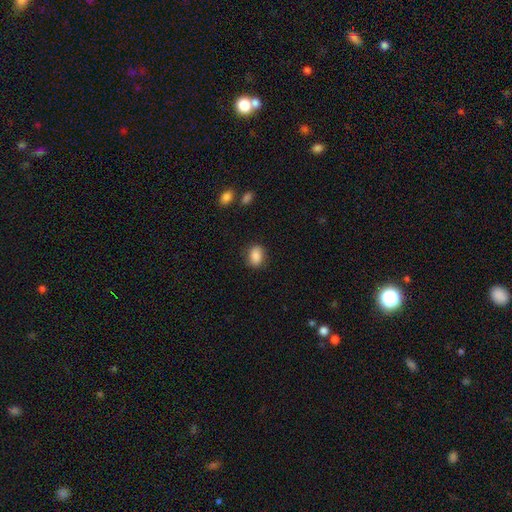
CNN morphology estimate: The model was most divided on "how rounded": in between: 71%, round: 27%, cigar-shaped: 2%. More confident: smooth or featured — smooth (86%); merging — none (83%).